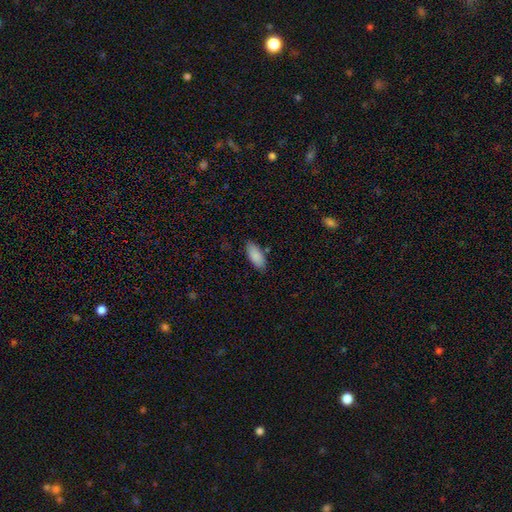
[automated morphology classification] smooth-or-featured: smooth: 88% | star or artifact: 6% | featured or disk: 5%
  how-rounded: in between: 85% | cigar-shaped: 13% | round: 2%
  merging: none: 82% | minor disturbance: 13% | merger: 3% | major disturbance: 3%